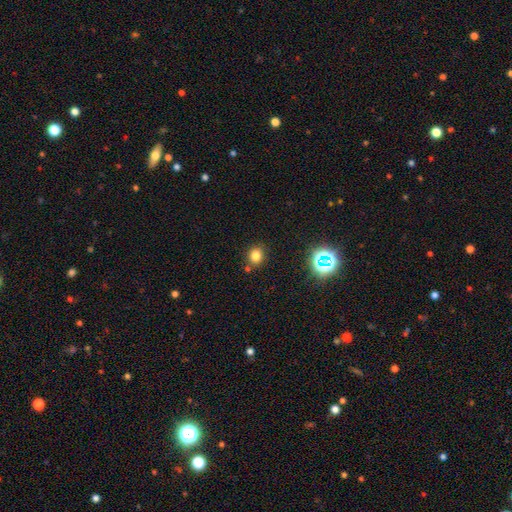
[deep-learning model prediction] smooth-or-featured: smooth: 76% | star or artifact: 17% | featured or disk: 7%
  how-rounded: round: 68% | in between: 31% | cigar-shaped: 1%
  merging: none: 81% | minor disturbance: 10% | merger: 6% | major disturbance: 3%